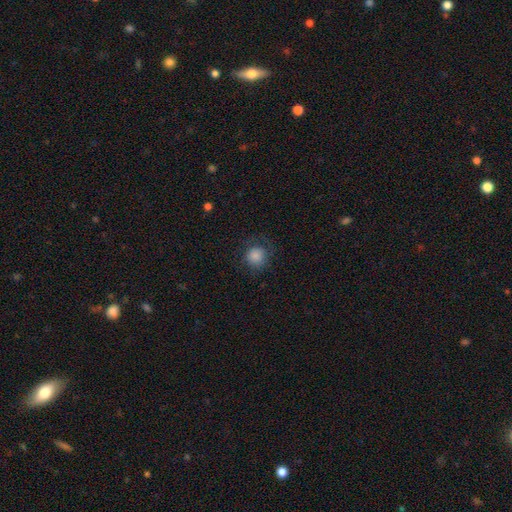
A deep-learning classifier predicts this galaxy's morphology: A smooth galaxy with no disk features (84%) that is round (89%).

Vote fractions:
- Smooth or featured? smooth: 84% / star or artifact: 9% / featured or disk: 7%
- How rounded? round: 89% / in between: 10% / cigar-shaped: 1%
- Merging? none: 74% / minor disturbance: 16% / major disturbance: 9% / merger: 1%